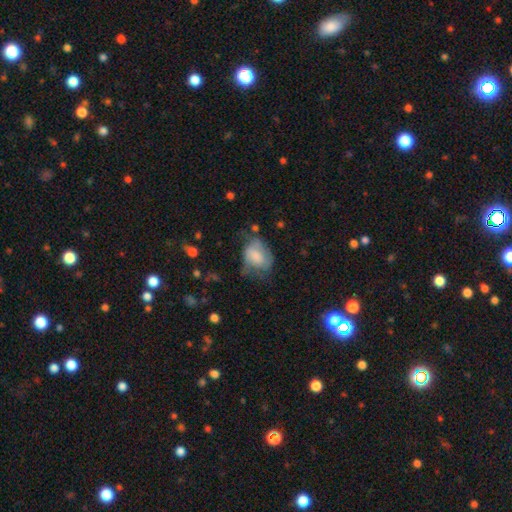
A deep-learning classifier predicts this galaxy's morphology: Smooth or featured? Predicted: smooth (p=0.63). How rounded? Predicted: in between (p=0.76). Merging? Predicted: minor disturbance (p=0.34).